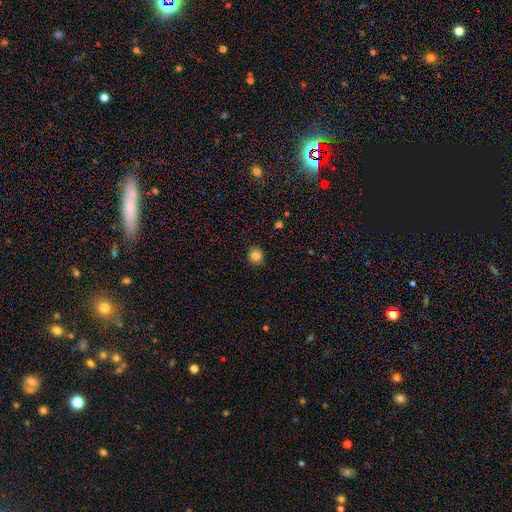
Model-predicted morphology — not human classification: A smooth galaxy with no disk features (83%) that is round (79%). Merging: none (87%).